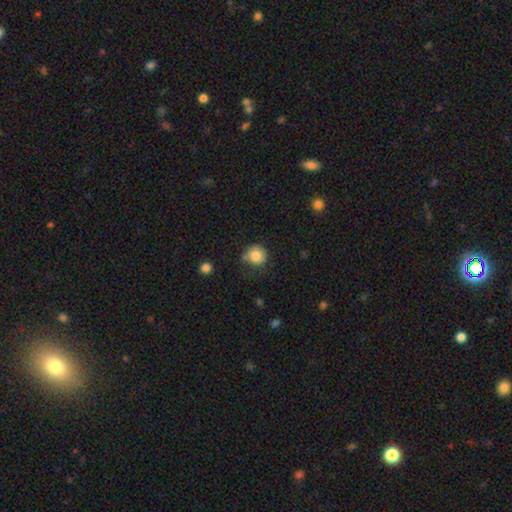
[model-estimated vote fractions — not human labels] This is clearly a smooth galaxy (82%). How rounded: clearly round (89%). Merging: likely none (61%).